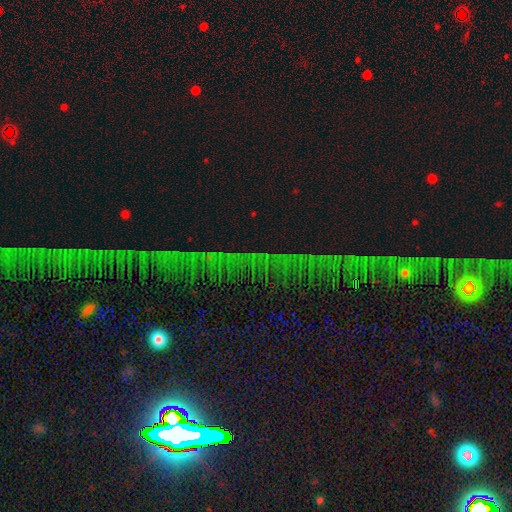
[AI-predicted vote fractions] This is likely a star or artifact rather than a galaxy (77%).